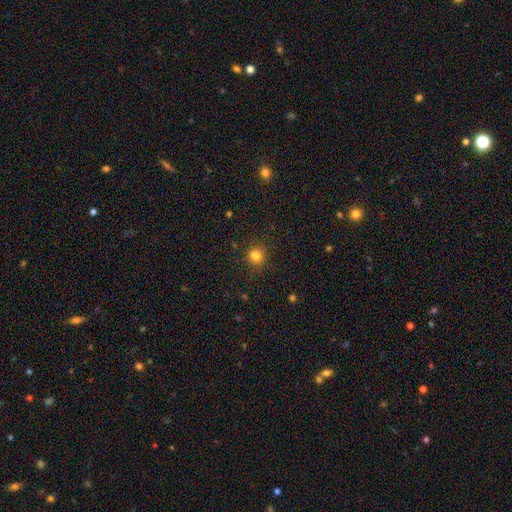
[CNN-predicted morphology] Smooth or featured?
  - smooth: 82% *
  - star or artifact: 13%
  - featured or disk: 4%
How rounded?
  - round: 86% *
  - in between: 13%
  - cigar-shaped: 1%
Merging?
  - none: 85% *
  - minor disturbance: 11%
  - major disturbance: 4%
  - merger: 1%